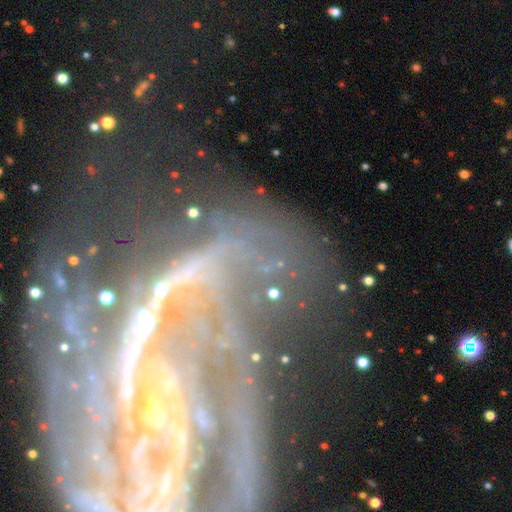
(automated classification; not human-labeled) A featured or disk galaxy (76%) with no bar (42%), 2 (24%, tied with can't tell) tight (45%) spiral arms (87%) and a small central bulge (59%).

Vote fractions:
- Smooth or featured? featured or disk: 76% / star or artifact: 17% / smooth: 8%
- Edge-on disk? no: 94% / yes: 6%
- Bar? no: 42% / strong: 30% / weak: 28%
- Spiral arms? yes: 87% / no: 13%
- Spiral winding? tight: 45% / medium: 36% / loose: 19%
- Spiral arm count? 2: 24% (tied) / can't tell: 24% (tied) / 3: 17% / 4: 12% / more than 4: 11% / 1: 11%
- Bulge size? small: 59% / none: 18% / moderate: 16% / large: 4% / dominant: 3%
- Merging? none: 52% / major disturbance: 24% / minor disturbance: 17% / merger: 6%